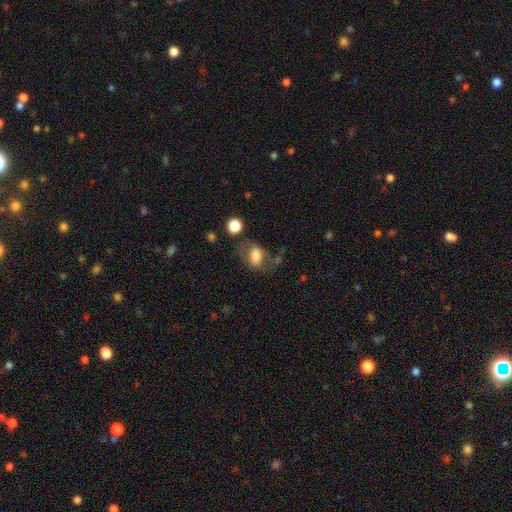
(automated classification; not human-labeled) Overall: smooth (73%). How rounded: in between (75%). Merging: none (56%; minor disturbance 22%).